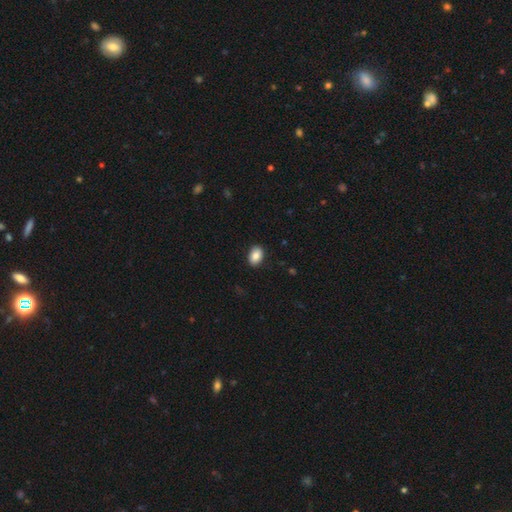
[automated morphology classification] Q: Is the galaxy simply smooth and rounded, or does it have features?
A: smooth — 85%.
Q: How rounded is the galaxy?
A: in between — 83%.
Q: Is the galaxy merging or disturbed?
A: none — 89%.